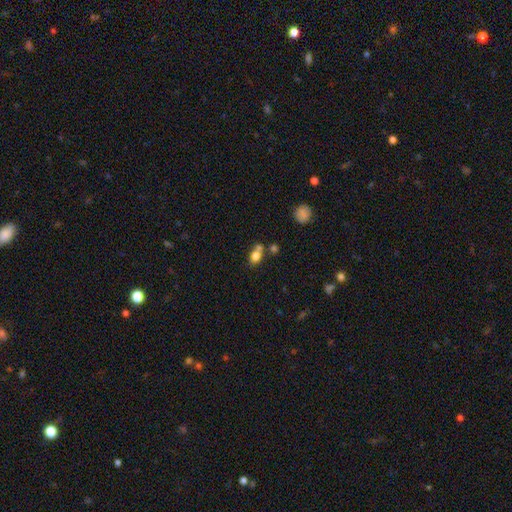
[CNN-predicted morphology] smooth_or_featured: smooth (p=0.77) [alt: featured or disk p=0.12]
how_rounded: in between (p=0.57) [alt: round p=0.40]
merging: none (p=0.43) [alt: merger p=0.40]